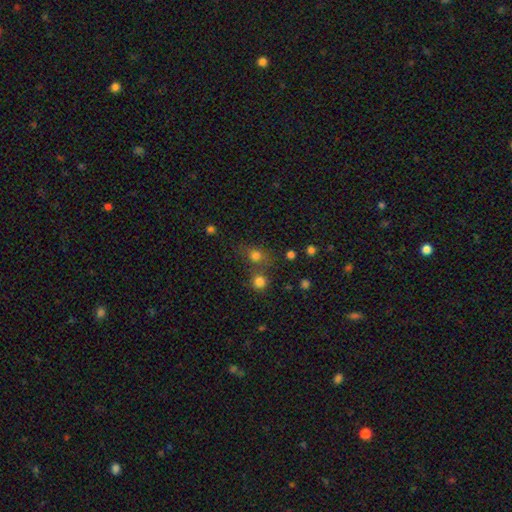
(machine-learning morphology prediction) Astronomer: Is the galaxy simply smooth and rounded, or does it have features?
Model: smooth — 74%.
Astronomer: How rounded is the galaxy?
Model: round — 67%.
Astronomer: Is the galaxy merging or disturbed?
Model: none — 57%.